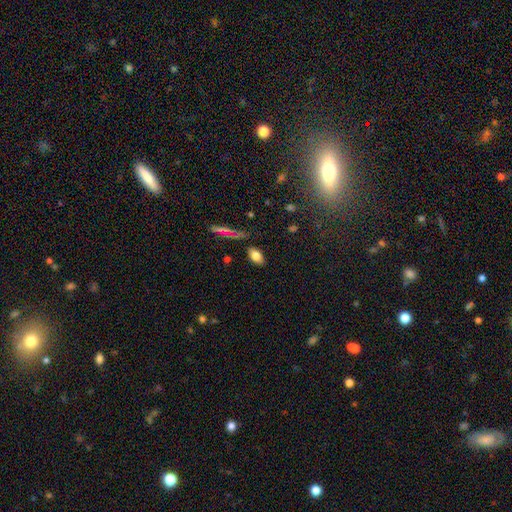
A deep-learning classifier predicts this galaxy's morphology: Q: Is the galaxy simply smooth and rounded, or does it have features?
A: smooth — 78%.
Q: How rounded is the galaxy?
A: in between — 91%.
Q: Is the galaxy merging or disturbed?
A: none — 82%.